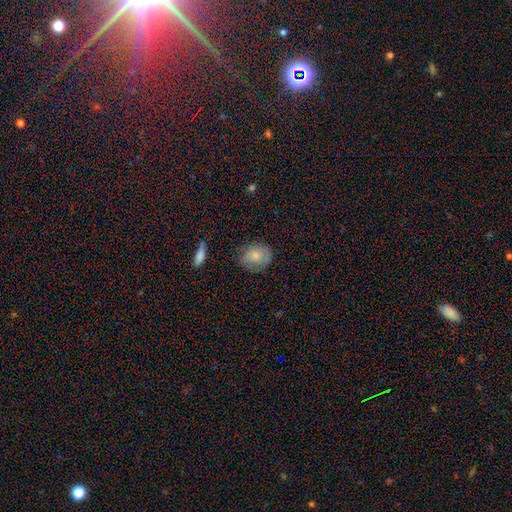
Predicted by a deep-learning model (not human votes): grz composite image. It shows a smooth galaxy with no disk features (74%) that is round (59%). Merging: none (71%).